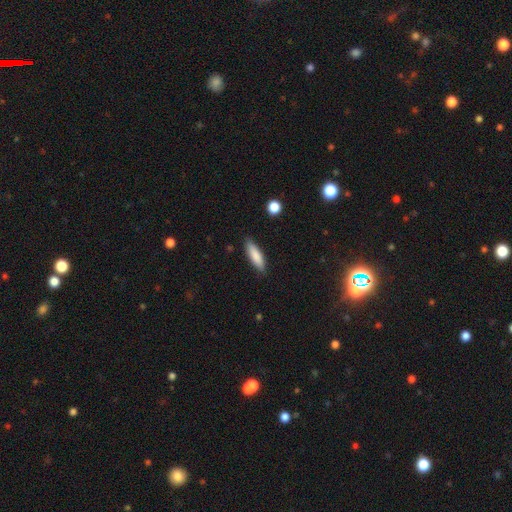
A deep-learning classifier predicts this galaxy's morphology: type=smooth (85%); roundness=cigar-shaped (61%); merging=none (87%).